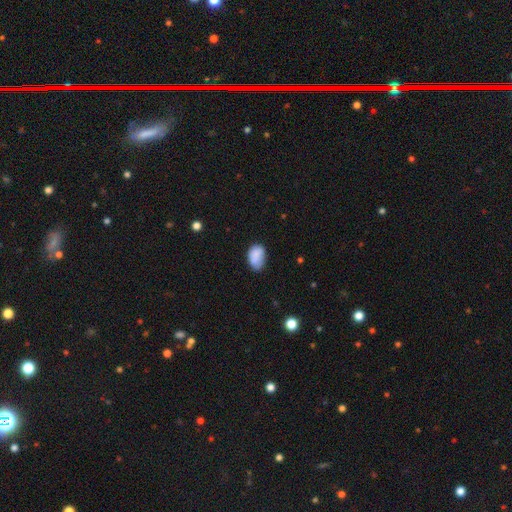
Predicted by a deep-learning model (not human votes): A smooth galaxy with no disk features (84%) that is in between round and cigar-shaped (86%). Merging: none (61%).